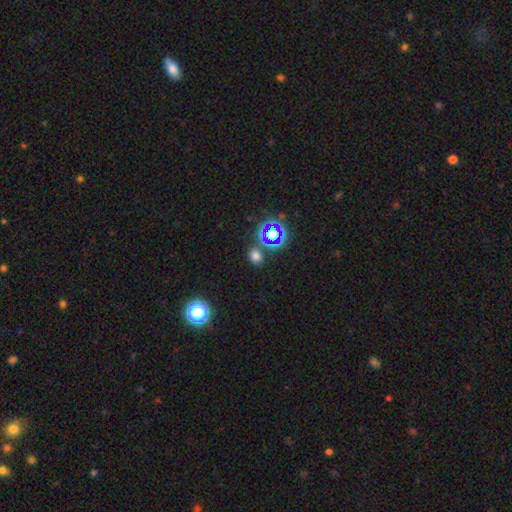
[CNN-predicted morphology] Smooth or featured: smooth — 63% (star or artifact — 31%)
How rounded: round — 58% (in between — 41%)
Merging: none — 78% (minor disturbance — 9%)